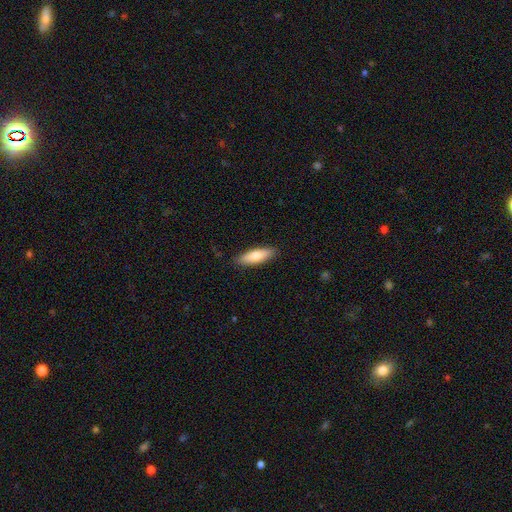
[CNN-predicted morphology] Q: Smooth or featured?
A: smooth (74%); runner-up: featured or disk (20%)
Q: How rounded?
A: cigar-shaped (50%); runner-up: in between (48%)
Q: Merging?
A: none (88%); runner-up: minor disturbance (9%)